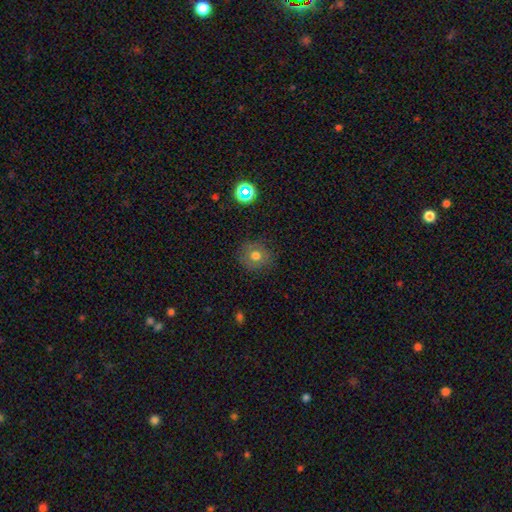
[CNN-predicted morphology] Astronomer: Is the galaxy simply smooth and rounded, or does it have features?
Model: smooth — 69%.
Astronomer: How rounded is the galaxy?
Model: round — 89%.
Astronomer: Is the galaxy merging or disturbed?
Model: none — 84%.